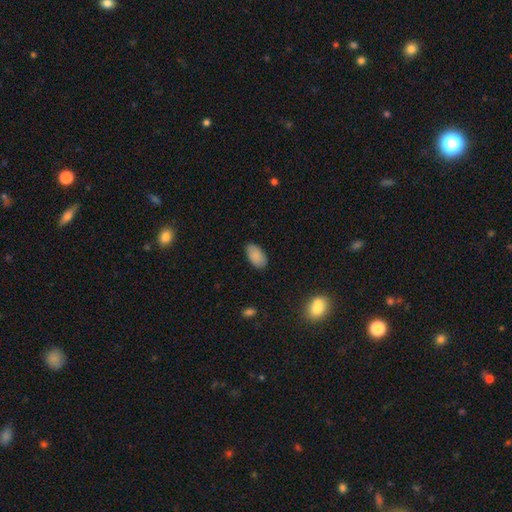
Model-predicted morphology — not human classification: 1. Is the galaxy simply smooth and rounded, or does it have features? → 88% smooth, 7% star or artifact, 4% featured or disk.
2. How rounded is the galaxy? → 95% in between, 3% round, 2% cigar-shaped.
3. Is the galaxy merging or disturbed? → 84% none, 12% minor disturbance, 2% major disturbance, 1% merger.